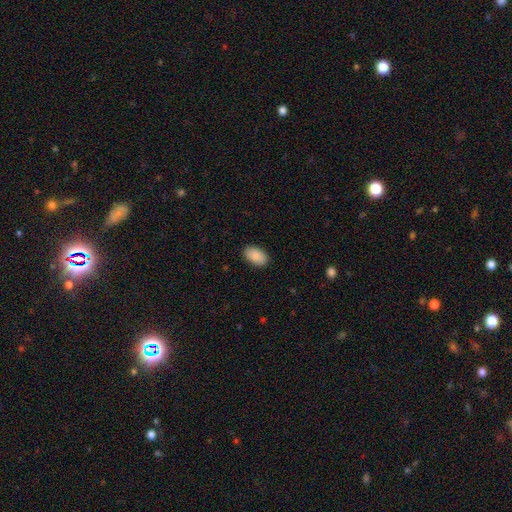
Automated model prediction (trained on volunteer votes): A smooth galaxy with no disk features (88%) that is in between round and cigar-shaped (92%). Merging: none (89%).